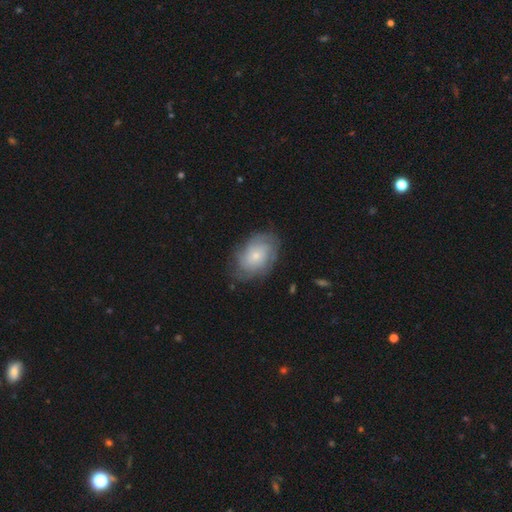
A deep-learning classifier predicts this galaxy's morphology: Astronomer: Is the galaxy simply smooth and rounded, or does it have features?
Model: featured or disk — 52% (runner-up: smooth, 41%).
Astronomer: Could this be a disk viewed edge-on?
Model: no — 96%.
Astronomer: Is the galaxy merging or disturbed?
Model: none — 72%.